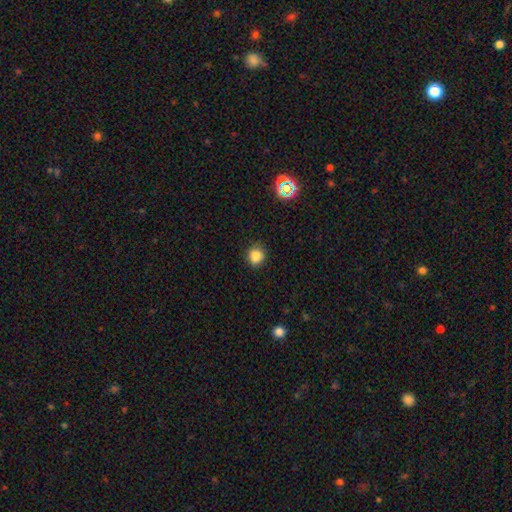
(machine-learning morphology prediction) Smooth or featured? Predicted: smooth (p=0.83). How rounded? Predicted: round (p=0.82). Merging? Predicted: none (p=0.85).